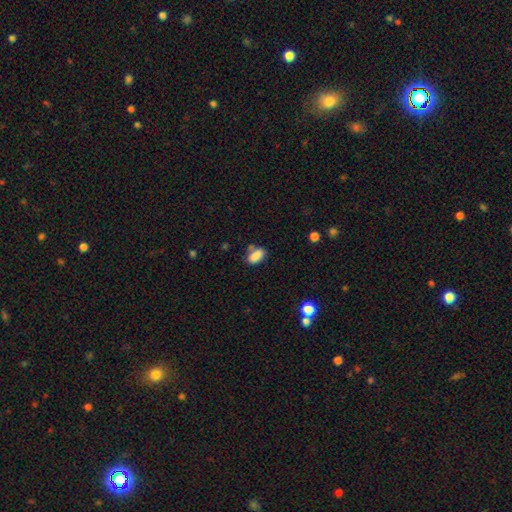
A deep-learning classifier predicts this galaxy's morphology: Smooth or featured?
  - smooth: 86% *
  - star or artifact: 9%
  - featured or disk: 6%
How rounded?
  - in between: 90% *
  - round: 6%
  - cigar-shaped: 4%
Merging?
  - none: 63% *
  - minor disturbance: 19%
  - merger: 12%
  - major disturbance: 5%